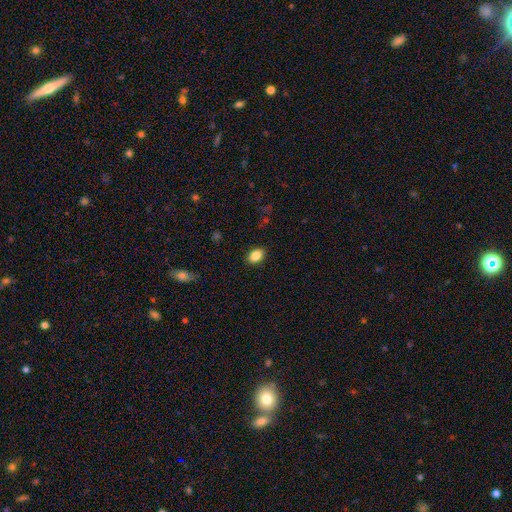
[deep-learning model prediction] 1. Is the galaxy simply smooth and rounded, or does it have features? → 86% smooth, 9% star or artifact, 5% featured or disk.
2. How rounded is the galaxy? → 80% in between, 18% round, 1% cigar-shaped.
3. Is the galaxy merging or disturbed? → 88% none, 9% minor disturbance, 2% major disturbance, 1% merger.